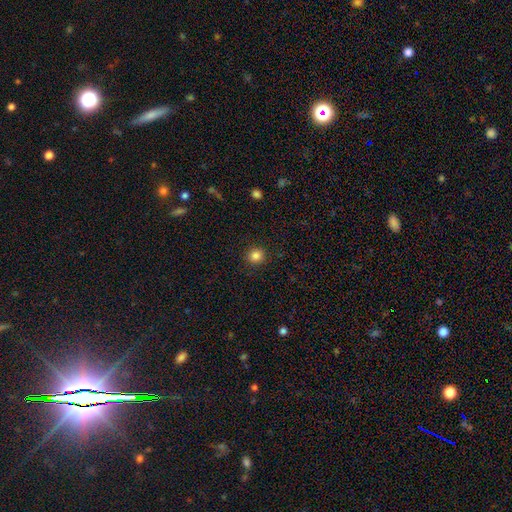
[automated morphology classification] Smooth or featured?
  - smooth: 84% *
  - star or artifact: 11%
  - featured or disk: 4%
How rounded?
  - round: 90% *
  - in between: 9%
  - cigar-shaped: 1%
Merging?
  - none: 91% *
  - minor disturbance: 6%
  - major disturbance: 2%
  - merger: 1%